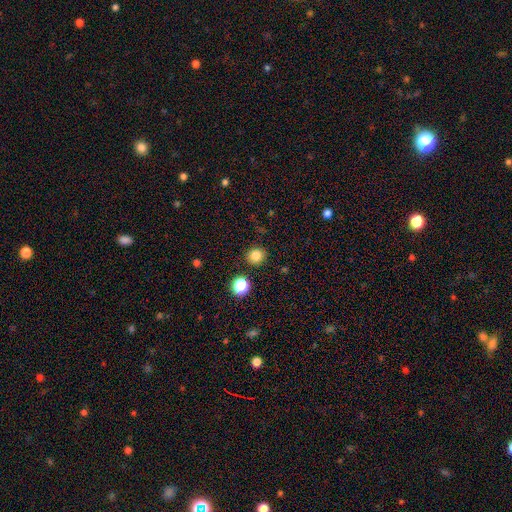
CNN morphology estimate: smooth-or-featured: smooth: 82% | star or artifact: 13% | featured or disk: 5%
  how-rounded: round: 88% | in between: 11% | cigar-shaped: 1%
  merging: none: 89% | minor disturbance: 7% | merger: 2% | major disturbance: 2%